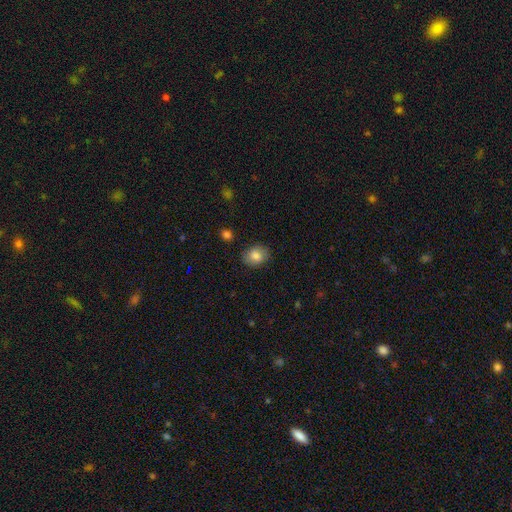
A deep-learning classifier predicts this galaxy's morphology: smooth_or_featured: smooth (p=0.81) [alt: featured or disk p=0.11]
how_rounded: in between (p=0.54) [alt: round p=0.45]
merging: none (p=0.84) [alt: minor disturbance p=0.12]